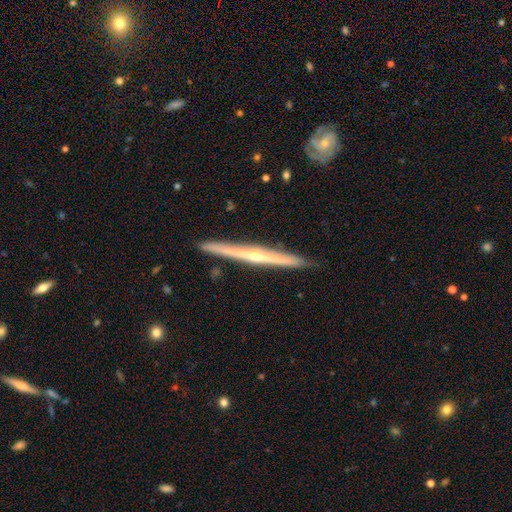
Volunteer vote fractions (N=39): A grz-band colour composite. It shows a featured or disk galaxy (87%) viewed edge-on (97%) with a rounded central bulge (88%). Merging: none (95%).